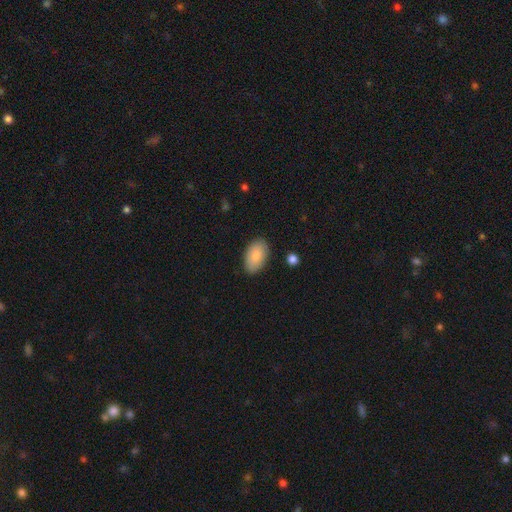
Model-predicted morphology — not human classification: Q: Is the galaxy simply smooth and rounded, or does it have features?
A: smooth — 83%.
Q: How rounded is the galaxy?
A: in between — 93%.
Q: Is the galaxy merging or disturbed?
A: none — 86%.